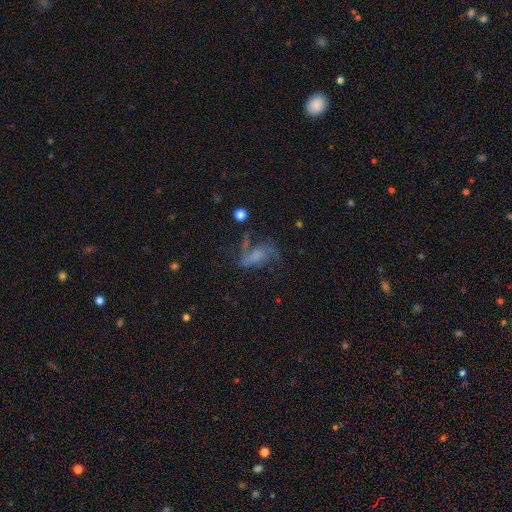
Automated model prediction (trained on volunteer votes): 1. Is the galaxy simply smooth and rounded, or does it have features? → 55% featured or disk, 29% smooth, 16% star or artifact.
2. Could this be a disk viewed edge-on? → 93% no, 7% yes.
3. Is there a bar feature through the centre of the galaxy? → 61% no, 29% weak, 10% strong.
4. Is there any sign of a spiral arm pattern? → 66% yes, 34% no.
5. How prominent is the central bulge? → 49% none, 25% small, 17% moderate, 6% large, 2% dominant.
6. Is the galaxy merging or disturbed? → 38% major disturbance, 36% none, 20% minor disturbance, 7% merger.